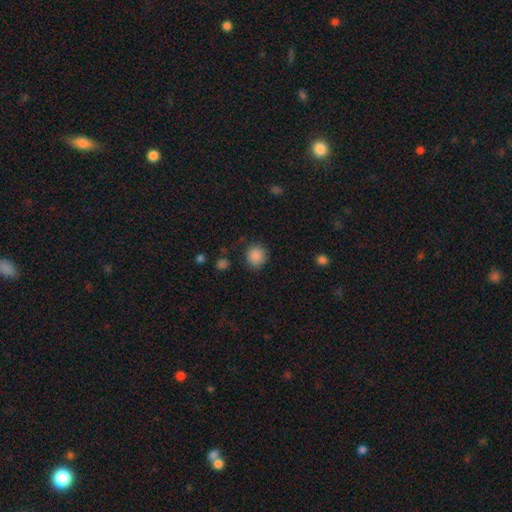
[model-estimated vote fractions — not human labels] The model was most divided on "merging": none: 86%, minor disturbance: 9%, major disturbance: 3%, merger: 2%. More confident: how rounded — round (89%); smooth or featured — smooth (88%).